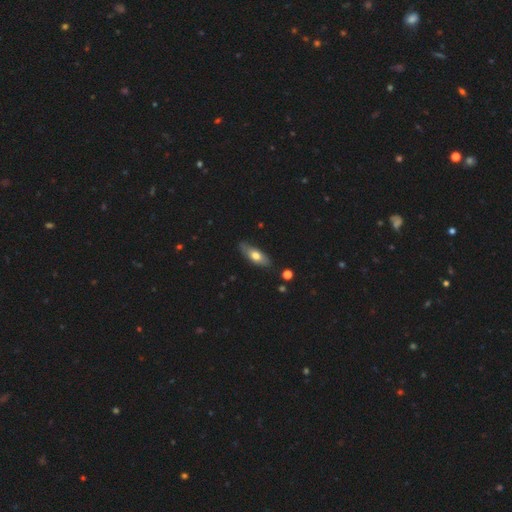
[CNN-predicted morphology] A smooth galaxy with no disk features (62%) that is in between round and cigar-shaped (70%). Merging: none (78%).